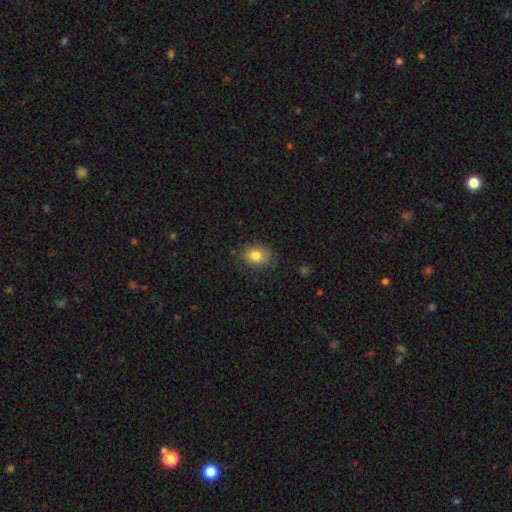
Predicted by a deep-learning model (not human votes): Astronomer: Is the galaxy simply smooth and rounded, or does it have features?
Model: smooth — 80%.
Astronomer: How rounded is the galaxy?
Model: round — 51% (runner-up: in between, 48%).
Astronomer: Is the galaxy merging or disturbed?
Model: none — 75%.